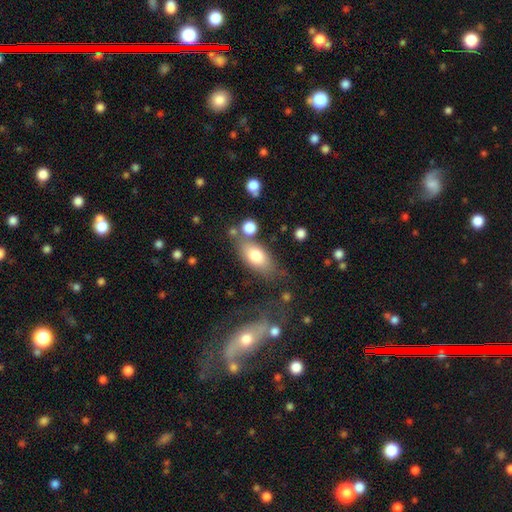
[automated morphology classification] type=smooth (75%); roundness=in between (85%); merging=none (64%).